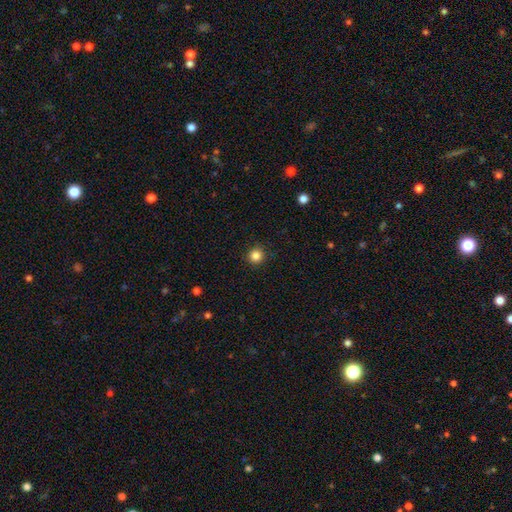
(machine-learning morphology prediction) This is clearly a smooth galaxy (85%). How rounded: clearly round (95%). Merging: clearly none (91%).